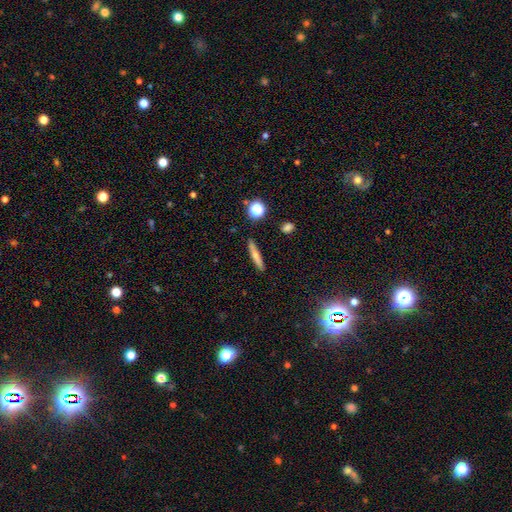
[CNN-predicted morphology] Overall: smooth (66%). How rounded: cigar-shaped (89%). Merging: none (87%).